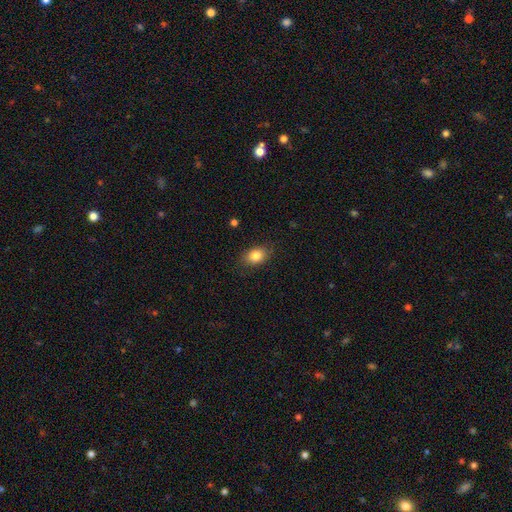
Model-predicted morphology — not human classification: Q: Smooth or featured?
A: smooth (84%); runner-up: star or artifact (9%)
Q: How rounded?
A: in between (73%); runner-up: round (26%)
Q: Merging?
A: none (83%); runner-up: minor disturbance (12%)